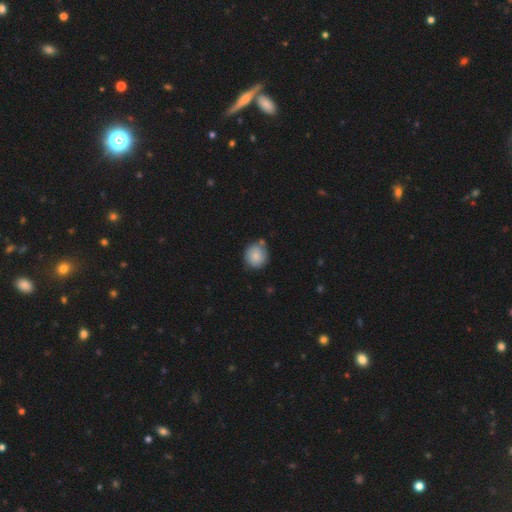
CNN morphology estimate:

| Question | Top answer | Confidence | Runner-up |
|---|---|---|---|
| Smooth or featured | smooth | 83% | featured or disk (10%) |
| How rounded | round | 86% | in between (13%) |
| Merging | none | 72% | minor disturbance (18%) |